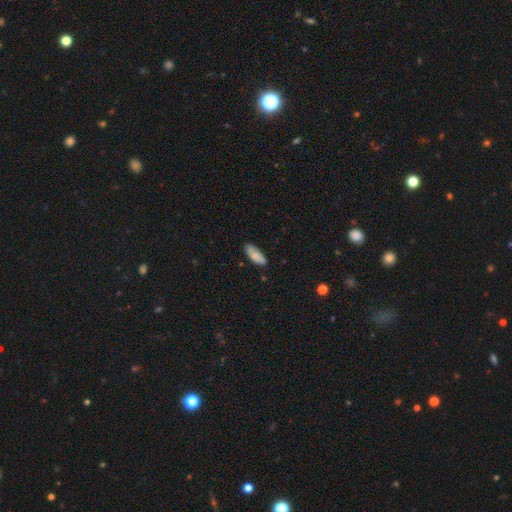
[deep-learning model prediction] This is likely a smooth galaxy (78%). How rounded: clearly in between (81%). Merging: likely none (79%).